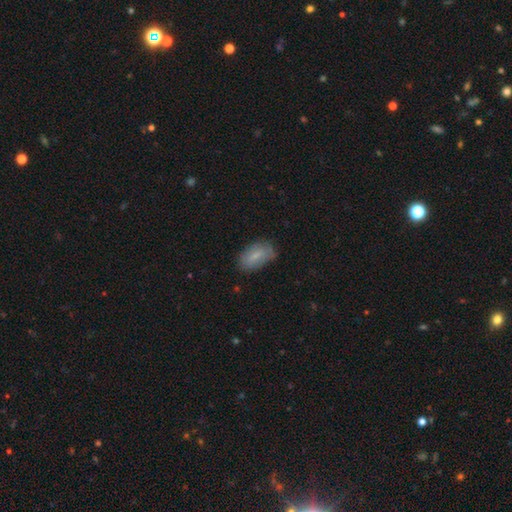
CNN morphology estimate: A smooth galaxy with no disk features (77%) that is in between round and cigar-shaped (92%). Merging: none (68%).